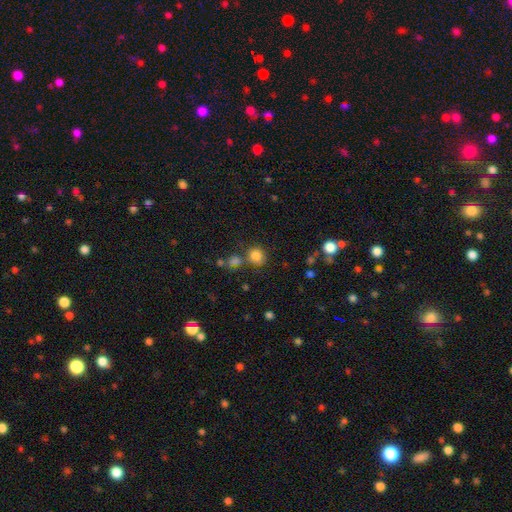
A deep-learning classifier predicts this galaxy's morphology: Smooth or featured: smooth — 82% (star or artifact — 12%)
How rounded: round — 79% (in between — 20%)
Merging: none — 66% (merger — 15%)